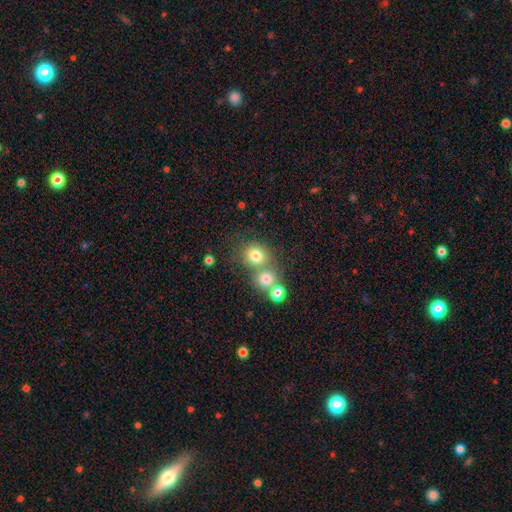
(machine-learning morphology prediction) Q: Smooth or featured?
A: smooth (76%); runner-up: star or artifact (14%)
Q: How rounded?
A: round (83%); runner-up: in between (16%)
Q: Merging?
A: none (53%); runner-up: merger (35%)